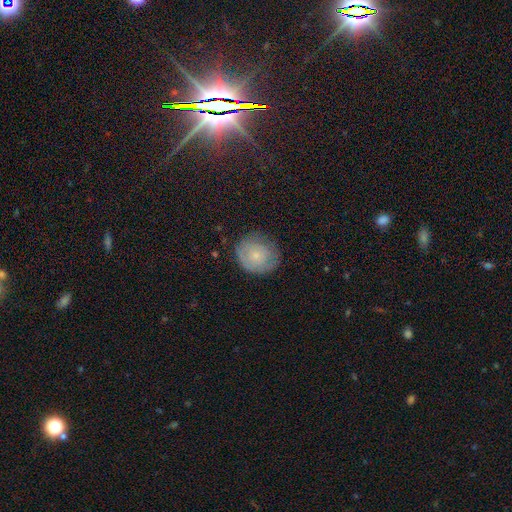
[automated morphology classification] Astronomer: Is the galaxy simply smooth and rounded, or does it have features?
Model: smooth — 57% (runner-up: featured or disk, 34%).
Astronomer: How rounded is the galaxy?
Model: round — 82%.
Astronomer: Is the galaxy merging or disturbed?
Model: none — 73%.